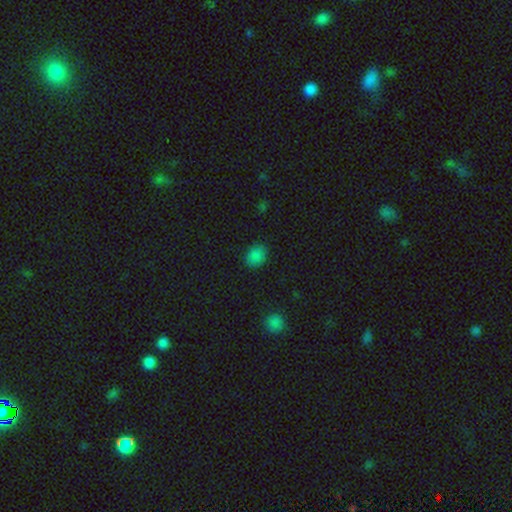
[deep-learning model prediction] Morphology: type=smooth (84%); roundness=in between (54%); merging=none (86%).